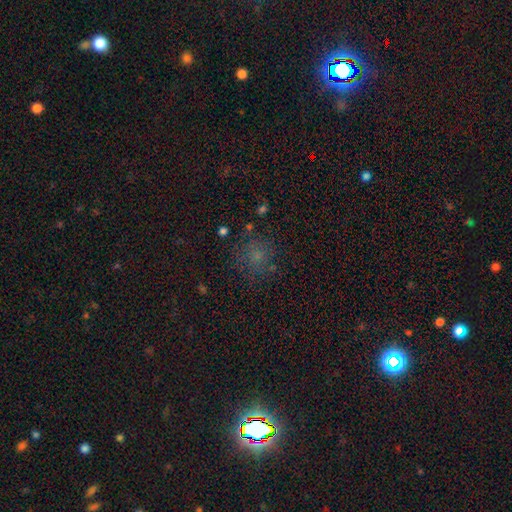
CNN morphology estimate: Overall: smooth (59%; star or artifact 30%). How rounded: round (87%). Merging: none (75%).